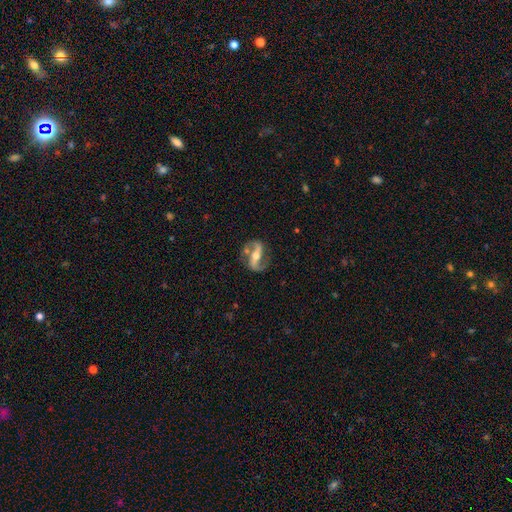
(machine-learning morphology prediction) This is clearly a featured or disk galaxy (86%). It is clearly not viewed edge-on (93%). Bar: likely strong (62%). Spiral arm pattern: clearly yes (93%). Spiral arm count: clearly 2 (91%). Spiral winding: marginally medium (43%). Central bulge: likely moderate (63%). Merging: likely none (77%).